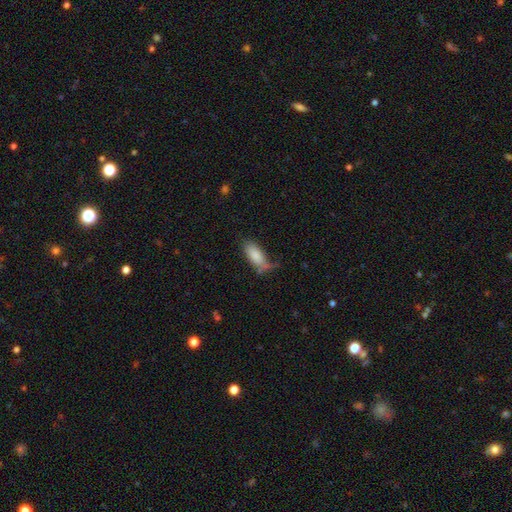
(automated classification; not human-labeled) smooth-or-featured: smooth: 83% | featured or disk: 11% | star or artifact: 7%
  how-rounded: in between: 84% | cigar-shaped: 14% | round: 2%
  merging: none: 49% | minor disturbance: 29% | major disturbance: 15% | merger: 8%